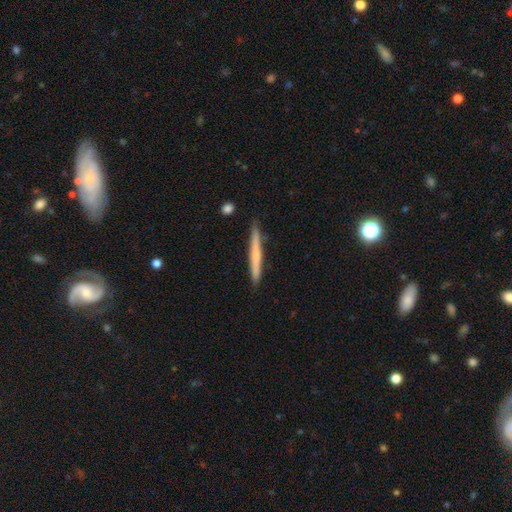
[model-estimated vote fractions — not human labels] Morphology: type=smooth (54%); roundness=cigar-shaped (96%); merging=none (89%).